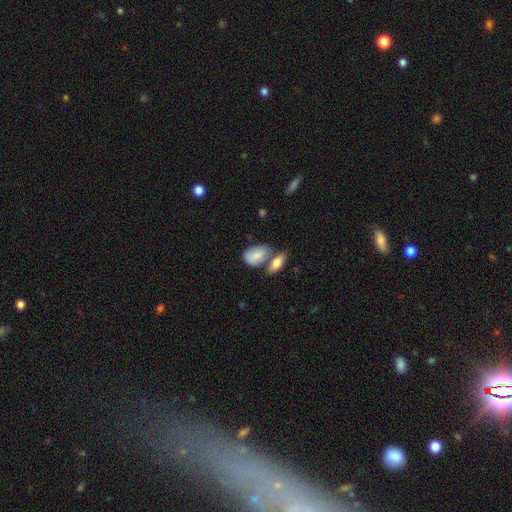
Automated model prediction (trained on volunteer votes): This is clearly a smooth galaxy (82%). How rounded: clearly in between (89%). Merging: marginally merger (41%).